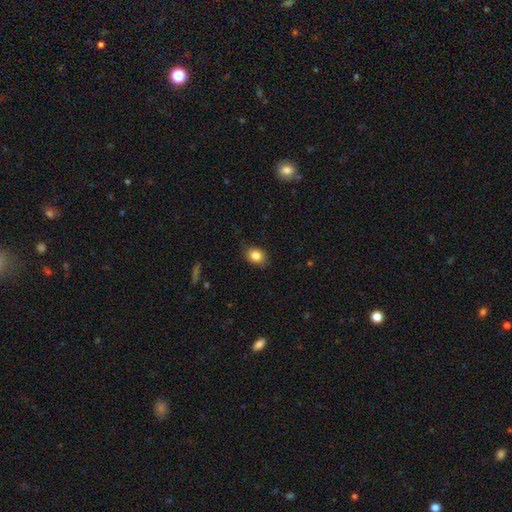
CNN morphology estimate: The model was most divided on "how rounded": in between: 51%, round: 48%, cigar-shaped: 1%. More confident: smooth or featured — smooth (84%); merging — none (78%).